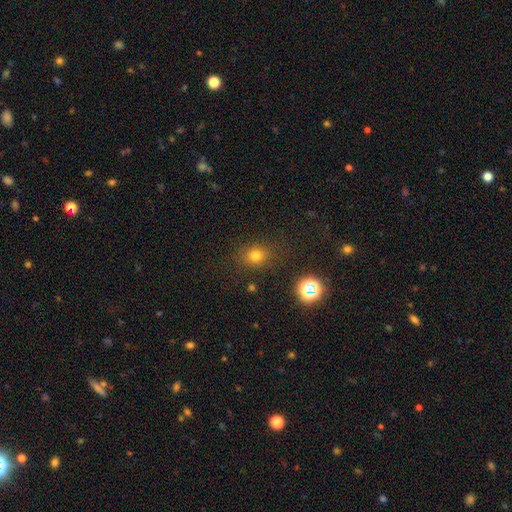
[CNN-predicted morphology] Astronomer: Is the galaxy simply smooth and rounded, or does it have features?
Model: smooth — 74%.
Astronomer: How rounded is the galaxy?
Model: round — 68%.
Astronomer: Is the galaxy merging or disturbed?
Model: none — 82%.